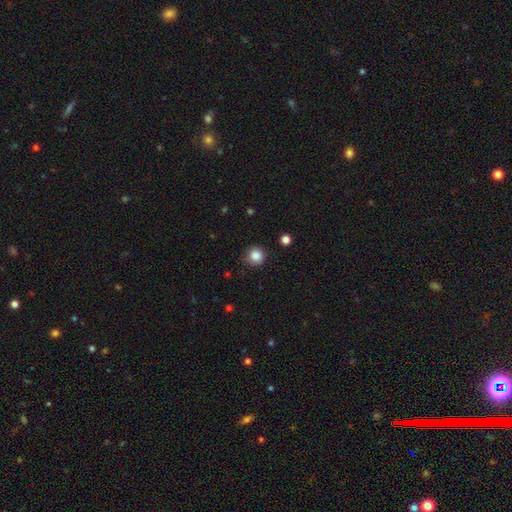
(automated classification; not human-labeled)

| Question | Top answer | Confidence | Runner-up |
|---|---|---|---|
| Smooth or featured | smooth | 85% | star or artifact (11%) |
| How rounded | round | 93% | in between (6%) |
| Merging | none | 85% | minor disturbance (11%) |